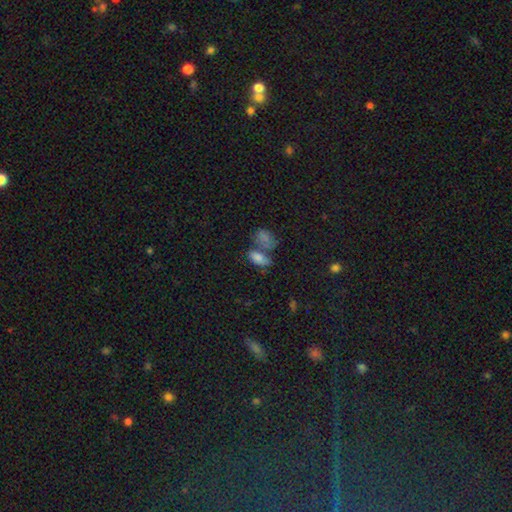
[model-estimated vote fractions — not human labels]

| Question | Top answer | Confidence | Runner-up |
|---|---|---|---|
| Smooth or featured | smooth | 55% | star or artifact (28%) |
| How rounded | in between | 74% | round (16%) |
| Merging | none | 43% | merger (40%) |